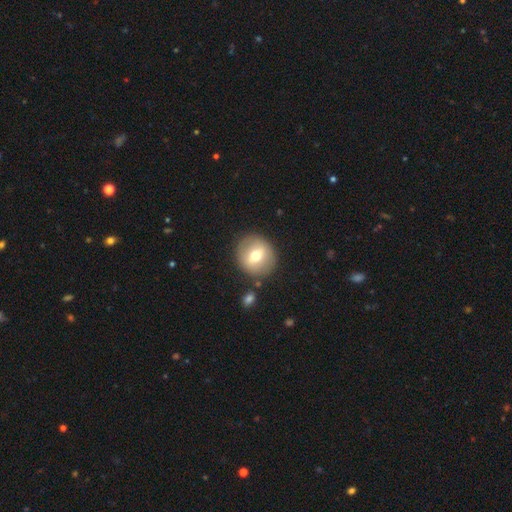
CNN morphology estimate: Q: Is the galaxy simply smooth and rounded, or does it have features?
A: smooth — 57%.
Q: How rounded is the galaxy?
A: round — 88%.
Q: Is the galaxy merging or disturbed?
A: none — 86%.